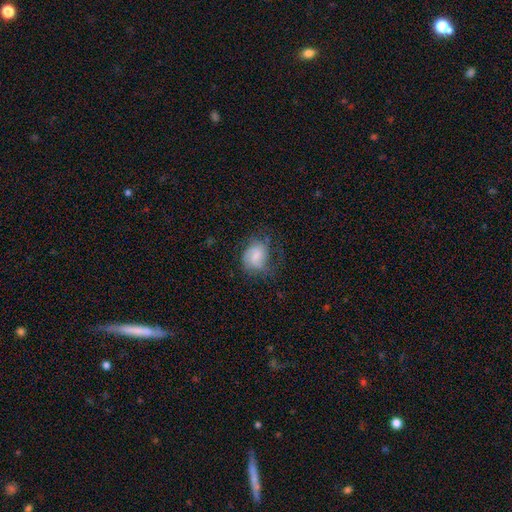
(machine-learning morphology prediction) type=smooth (51%); roundness=in between (53%); merging=none (46%).